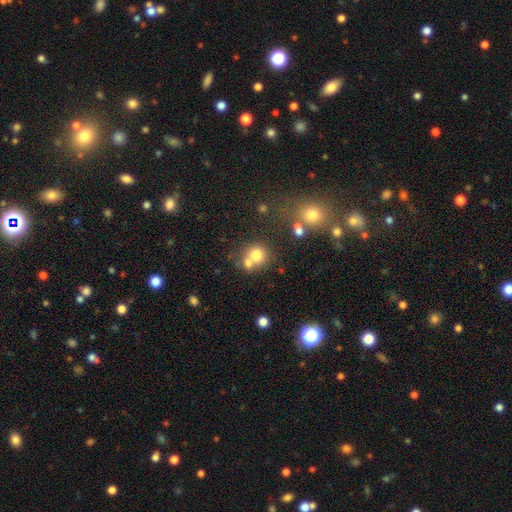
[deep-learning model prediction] The model was most divided on "merging": none: 46%, merger: 40%, minor disturbance: 9%, major disturbance: 5%. More confident: how rounded — round (84%); smooth or featured — smooth (74%).